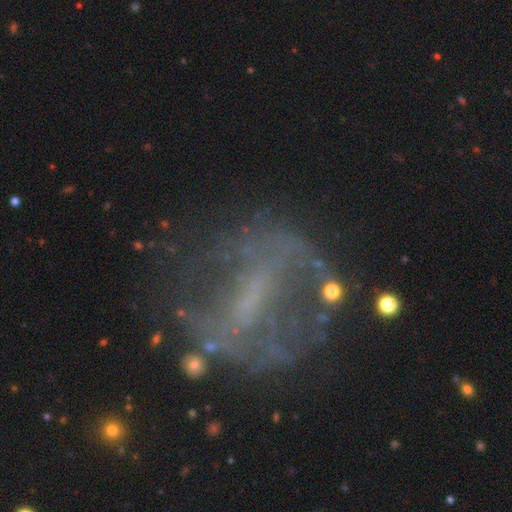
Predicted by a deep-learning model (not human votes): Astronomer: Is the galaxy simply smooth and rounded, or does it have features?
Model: featured or disk — 73%.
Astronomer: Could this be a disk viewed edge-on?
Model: no — 95%.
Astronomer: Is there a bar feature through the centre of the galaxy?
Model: weak — 37%, tied with strong at 37%.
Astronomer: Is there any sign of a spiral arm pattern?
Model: yes — 60% (runner-up: no, 40%).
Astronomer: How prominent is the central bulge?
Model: none — 52% (runner-up: small, 32%).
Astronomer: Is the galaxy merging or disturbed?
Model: none — 59%.